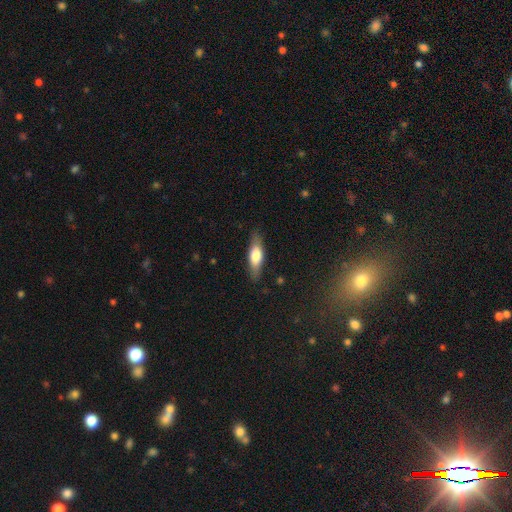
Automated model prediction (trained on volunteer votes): Morphology: type=smooth (63%); roundness=cigar-shaped (49%, tied with in between); merging=none (85%).